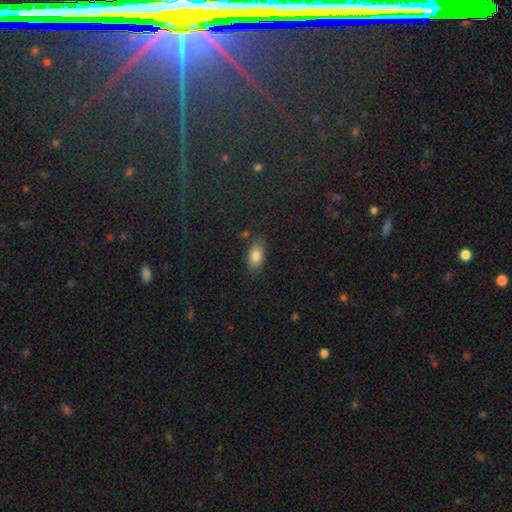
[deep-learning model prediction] Smooth or featured: smooth — 83% (star or artifact — 10%)
How rounded: in between — 89% (round — 8%)
Merging: none — 79% (minor disturbance — 14%)